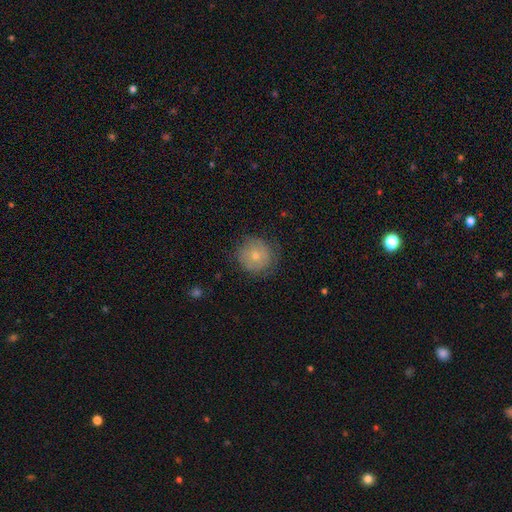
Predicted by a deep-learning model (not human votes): A smooth galaxy with no disk features (67%) that is round (91%). Merging: none (74%).